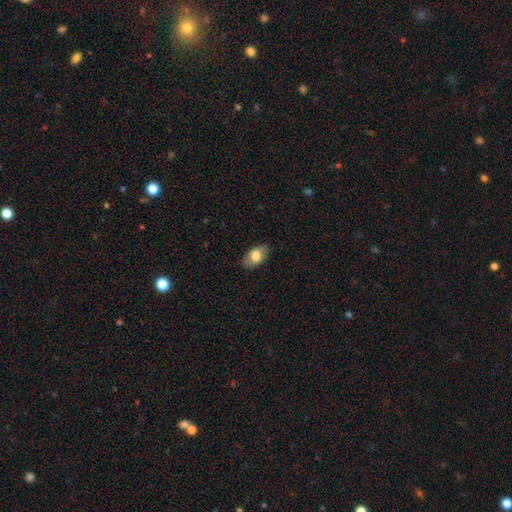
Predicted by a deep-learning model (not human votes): smooth-or-featured: smooth: 78% | featured or disk: 15% | star or artifact: 7%
  how-rounded: in between: 91% | round: 7% | cigar-shaped: 2%
  merging: none: 84% | minor disturbance: 12% | major disturbance: 2% | merger: 1%